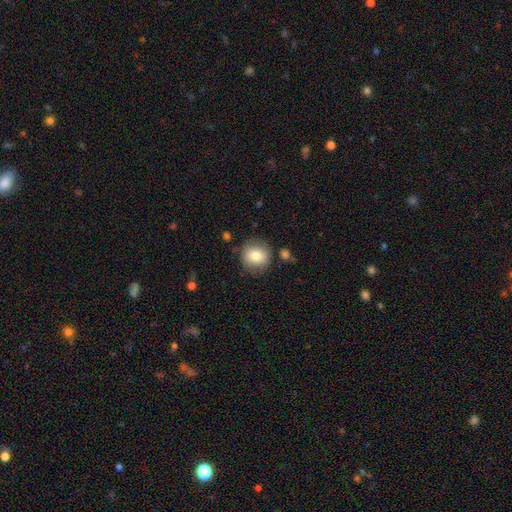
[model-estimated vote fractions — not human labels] A smooth galaxy with no disk features (78%) that is round (88%).

Vote fractions:
- Smooth or featured? smooth: 78% / featured or disk: 13% / star or artifact: 9%
- How rounded? round: 88% / in between: 11% / cigar-shaped: 1%
- Merging? none: 80% / minor disturbance: 13% / major disturbance: 4% / merger: 3%